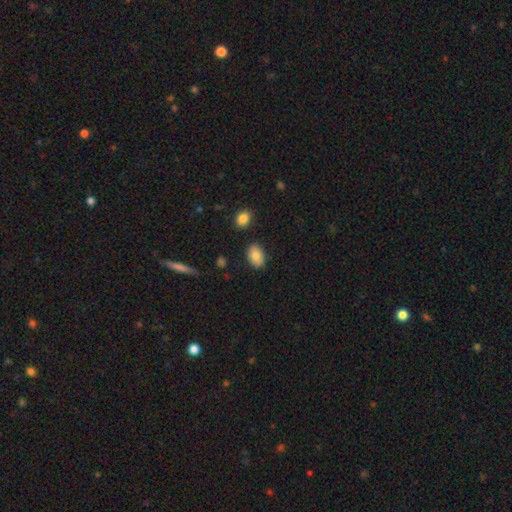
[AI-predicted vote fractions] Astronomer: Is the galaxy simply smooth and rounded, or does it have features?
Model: smooth — 83%.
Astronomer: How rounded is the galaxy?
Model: in between — 87%.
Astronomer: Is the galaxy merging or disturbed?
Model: none — 85%.